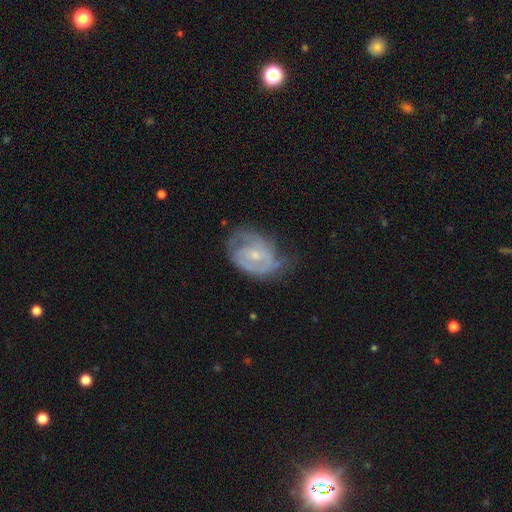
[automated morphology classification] Smooth or featured? featured or disk (76%)
Edge-on disk? no (97%)
Bar? no (56%)
Spiral arms? yes (84%)
Spiral winding? tight (48%)
Spiral arm count? 2 (48%)
Bulge size? small (66%)
Merging? none (49%)